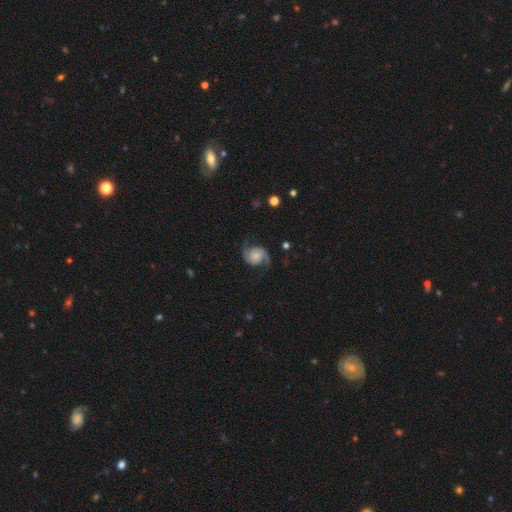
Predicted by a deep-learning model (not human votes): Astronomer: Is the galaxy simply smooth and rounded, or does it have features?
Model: featured or disk — 81%.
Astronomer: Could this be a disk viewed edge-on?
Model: no — 98%.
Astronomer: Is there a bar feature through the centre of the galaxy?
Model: no — 73%.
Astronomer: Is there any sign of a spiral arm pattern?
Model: yes — 97%.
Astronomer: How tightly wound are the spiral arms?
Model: medium — 43% (runner-up: loose, 42%).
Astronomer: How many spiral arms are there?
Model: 2 — 94%.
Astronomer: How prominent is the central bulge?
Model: small — 41% (runner-up: moderate, 26%).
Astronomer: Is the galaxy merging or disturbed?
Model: none — 76%.